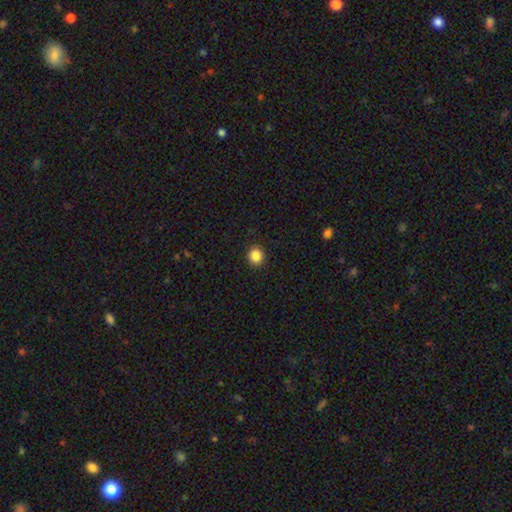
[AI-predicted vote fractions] smooth-or-featured: smooth: 87% | star or artifact: 10% | featured or disk: 4%
  how-rounded: round: 86% | in between: 13% | cigar-shaped: 1%
  merging: none: 91% | minor disturbance: 6% | major disturbance: 2% | merger: 1%